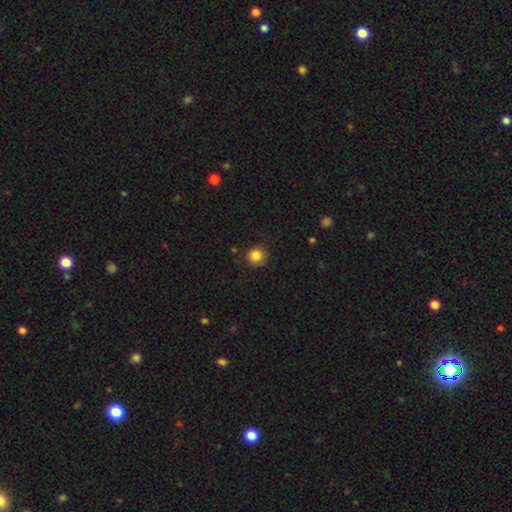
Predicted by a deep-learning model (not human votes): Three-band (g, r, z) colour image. It shows a smooth galaxy with no disk features (85%) that is round (93%). Merging: none (89%).